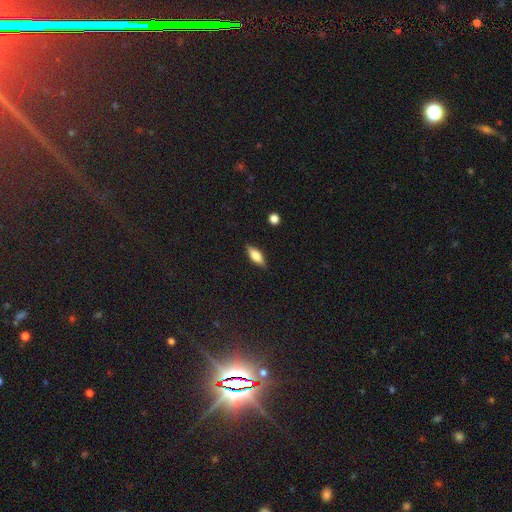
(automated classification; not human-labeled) Smooth or featured?
  - smooth: 57% *
  - featured or disk: 35%
  - star or artifact: 7%
How rounded?
  - in between: 64% *
  - cigar-shaped: 33%
  - round: 3%
Merging?
  - none: 87% *
  - minor disturbance: 10%
  - major disturbance: 2%
  - merger: 1%